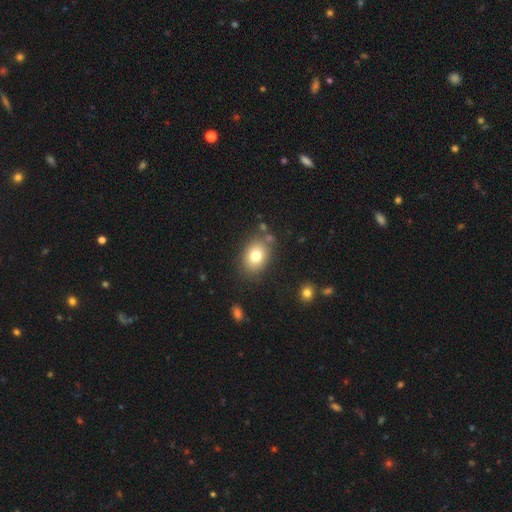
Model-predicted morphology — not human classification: Smooth or featured: smooth — 77% (featured or disk — 12%)
How rounded: in between — 61% (round — 38%)
Merging: none — 79% (minor disturbance — 12%)